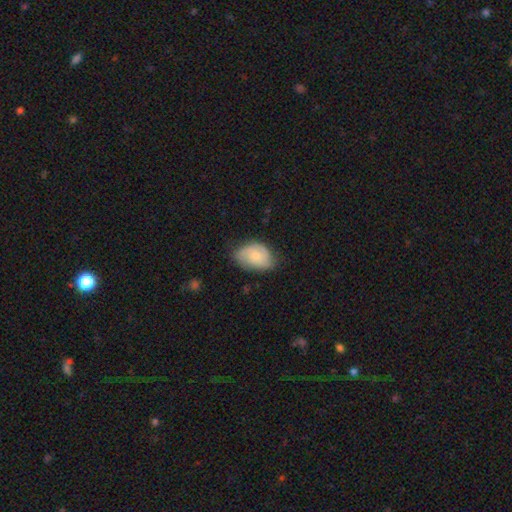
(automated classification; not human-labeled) smooth-or-featured: smooth: 62% | featured or disk: 32% | star or artifact: 7%
  how-rounded: in between: 82% | round: 17% | cigar-shaped: 1%
  merging: none: 56% | minor disturbance: 34% | major disturbance: 9% | merger: 1%